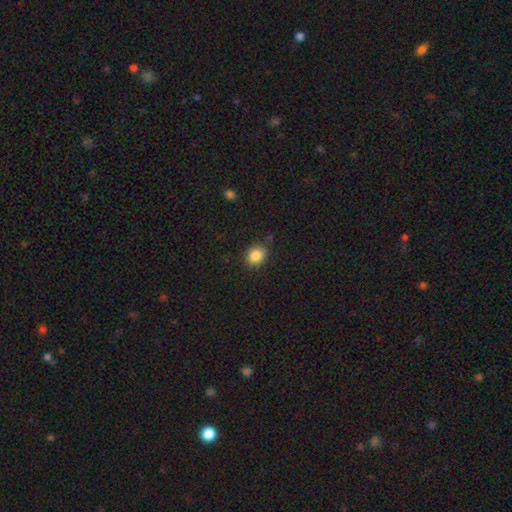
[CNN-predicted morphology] Smooth or featured? smooth (85%)
How rounded? round (55%)
Merging? none (81%)